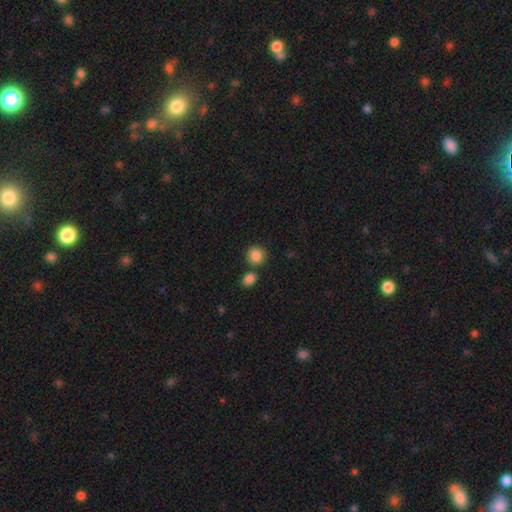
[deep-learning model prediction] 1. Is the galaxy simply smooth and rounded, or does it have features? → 86% smooth, 9% star or artifact, 5% featured or disk.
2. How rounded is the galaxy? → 87% round, 12% in between, 1% cigar-shaped.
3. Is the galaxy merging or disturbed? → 76% none, 13% merger, 8% minor disturbance, 3% major disturbance.